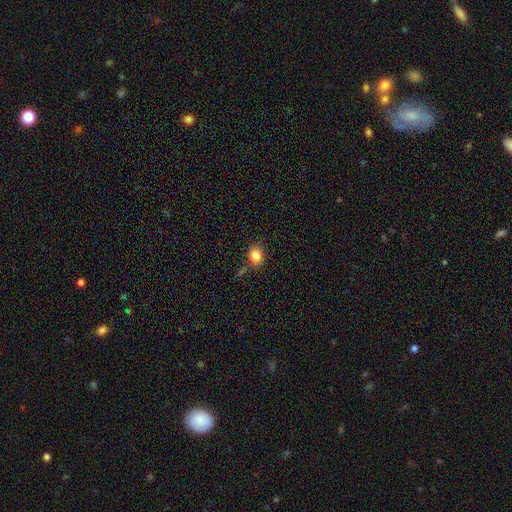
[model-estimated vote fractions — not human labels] Smooth or featured?
  - smooth: 84% *
  - star or artifact: 10%
  - featured or disk: 6%
How rounded?
  - round: 50% *
  - in between: 49%
  - cigar-shaped: 1%
Merging?
  - none: 72% *
  - minor disturbance: 15%
  - merger: 8%
  - major disturbance: 5%